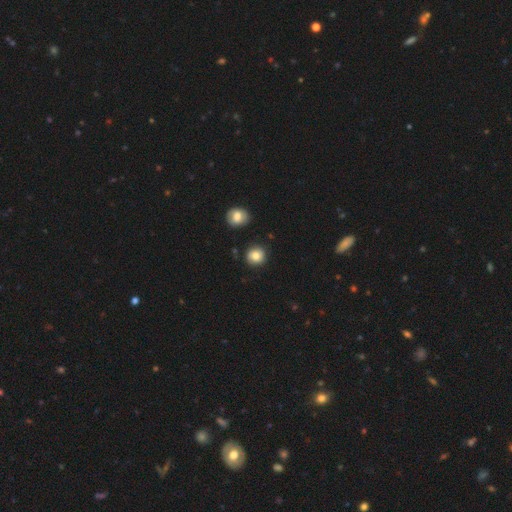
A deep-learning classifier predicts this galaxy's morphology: The model was most divided on "smooth or featured": smooth: 78%, featured or disk: 12%, star or artifact: 10%. More confident: how rounded — round (87%); merging — none (82%).